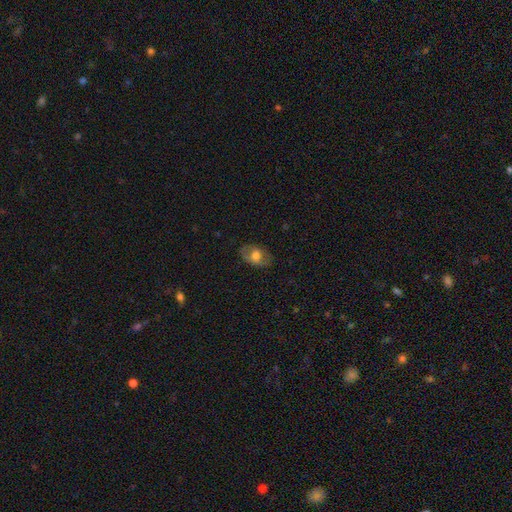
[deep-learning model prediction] Q: Smooth or featured?
A: smooth (55%); runner-up: featured or disk (38%)
Q: How rounded?
A: in between (82%); runner-up: round (17%)
Q: Merging?
A: none (75%); runner-up: minor disturbance (17%)